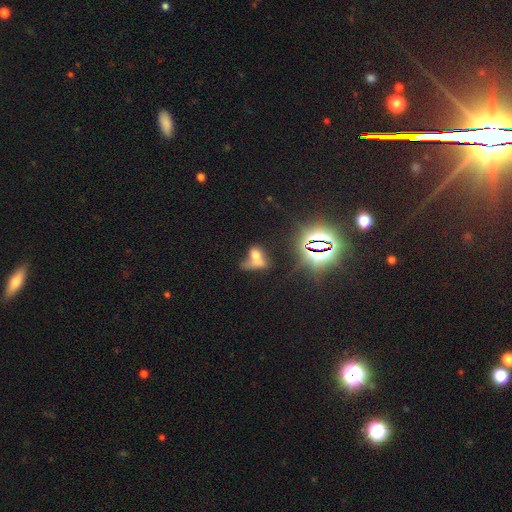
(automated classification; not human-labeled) Smooth or featured?
  - smooth: 50% *
  - star or artifact: 25%
  - featured or disk: 25%
Merging?
  - merger: 50% *
  - none: 19%
  - major disturbance: 19%
  - minor disturbance: 12%